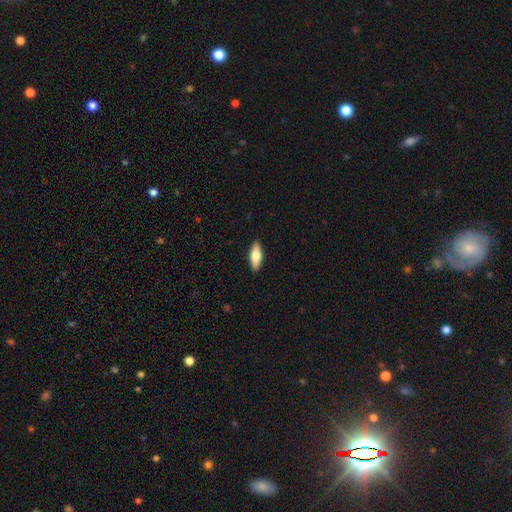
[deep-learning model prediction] Q: Smooth or featured?
A: smooth (68%); runner-up: featured or disk (26%)
Q: How rounded?
A: in between (68%); runner-up: cigar-shaped (30%)
Q: Merging?
A: none (90%); runner-up: minor disturbance (7%)